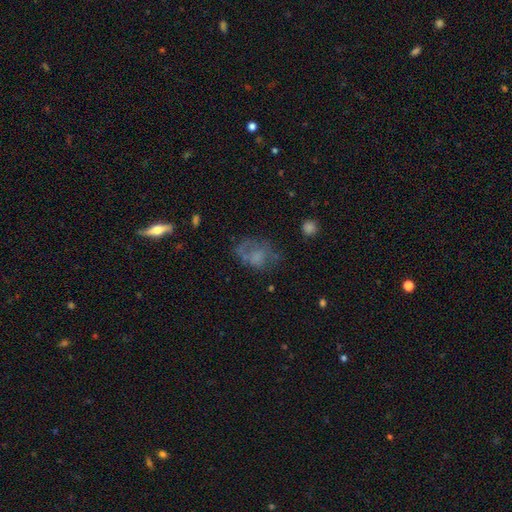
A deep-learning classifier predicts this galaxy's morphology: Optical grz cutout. It shows a smooth galaxy with no disk features (46%). Merging: none (43%).